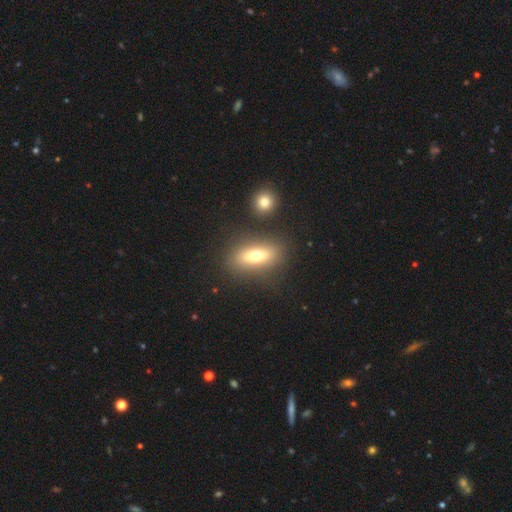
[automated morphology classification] Q: Smooth or featured?
A: smooth (64%); runner-up: featured or disk (25%)
Q: How rounded?
A: in between (73%); runner-up: cigar-shaped (17%)
Q: Merging?
A: none (79%); runner-up: minor disturbance (10%)